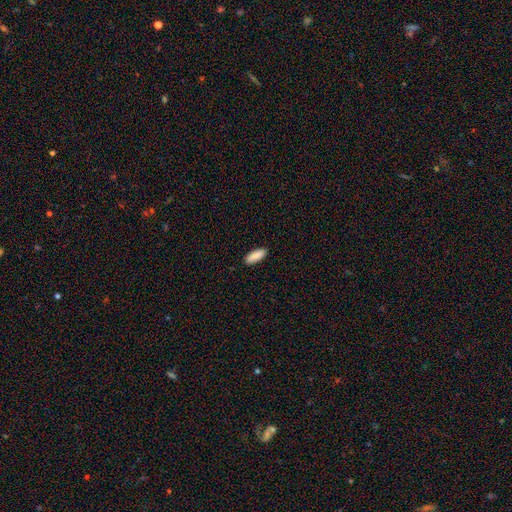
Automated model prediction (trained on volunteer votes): Smooth or featured? Predicted: smooth (p=0.87). How rounded? Predicted: in between (p=0.59). Merging? Predicted: none (p=0.89).